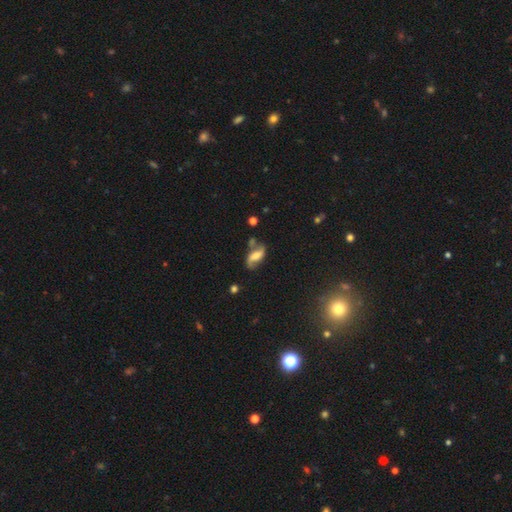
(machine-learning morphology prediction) Overall: featured or disk (61%; smooth 30%). Edge-on disk: no (92%). Bar: weak (38%; no 37%). Spiral arms: yes (88%). Bulge size: moderate (41%; small 26%). Merging: none (57%; minor disturbance 22%).